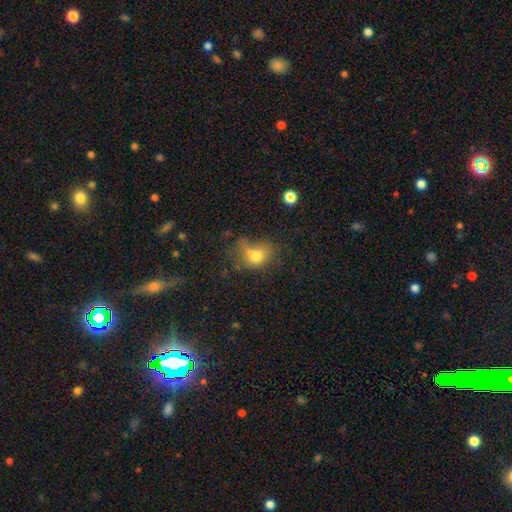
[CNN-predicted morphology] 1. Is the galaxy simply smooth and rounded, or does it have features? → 71% smooth, 16% featured or disk, 13% star or artifact.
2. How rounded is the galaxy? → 50% round, 49% in between, 1% cigar-shaped.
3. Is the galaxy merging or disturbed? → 37% none, 22% minor disturbance, 21% merger, 20% major disturbance.